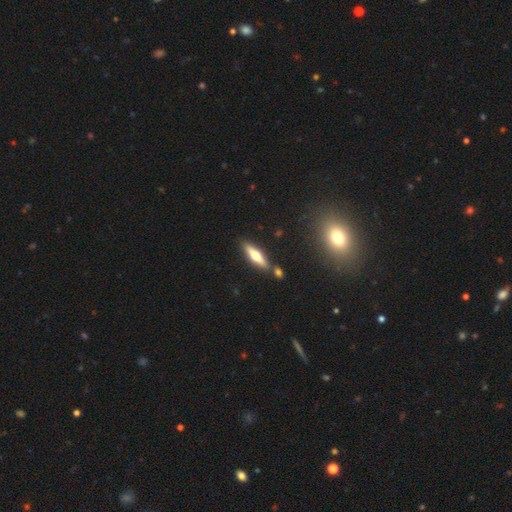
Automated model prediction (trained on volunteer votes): smooth-or-featured: featured or disk: 50% | smooth: 43% | star or artifact: 7%
  disk-edge-on: yes: 92% | no: 8%
  merging: none: 81% | minor disturbance: 9% | merger: 8% | major disturbance: 2%